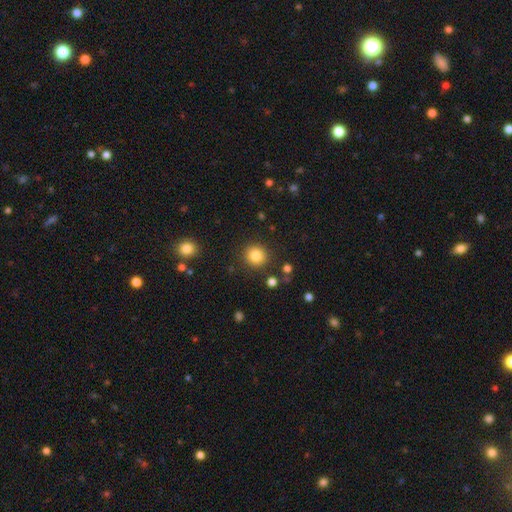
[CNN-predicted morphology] Smooth or featured?
  - smooth: 84% *
  - star or artifact: 11%
  - featured or disk: 5%
How rounded?
  - round: 90% *
  - in between: 9%
  - cigar-shaped: 1%
Merging?
  - none: 88% *
  - minor disturbance: 7%
  - major disturbance: 3%
  - merger: 2%